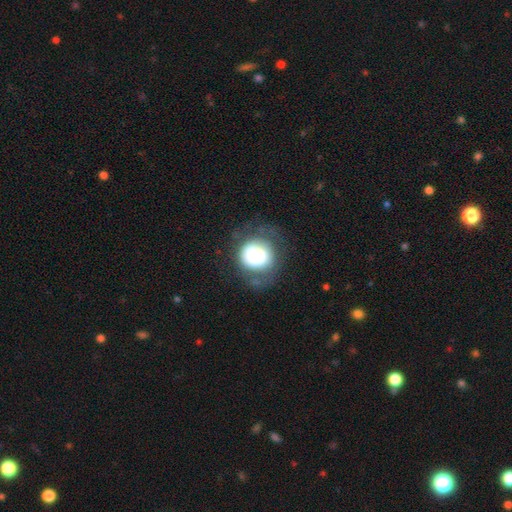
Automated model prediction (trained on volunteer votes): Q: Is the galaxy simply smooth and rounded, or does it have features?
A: smooth — 72%.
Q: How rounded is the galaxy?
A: round — 86%.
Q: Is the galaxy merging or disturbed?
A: none — 52%.